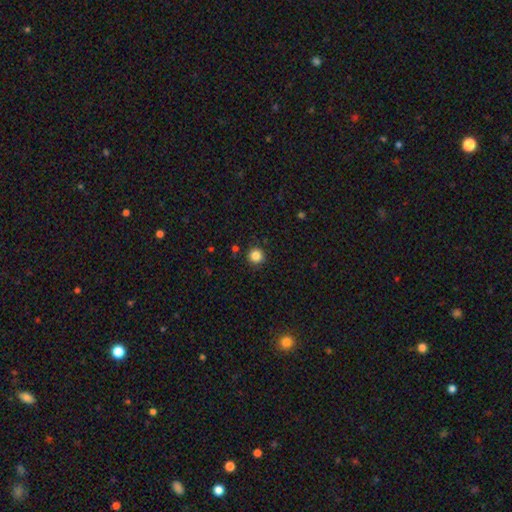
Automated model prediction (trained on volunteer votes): A smooth galaxy with no disk features (84%) that is round (95%). Merging: none (91%).